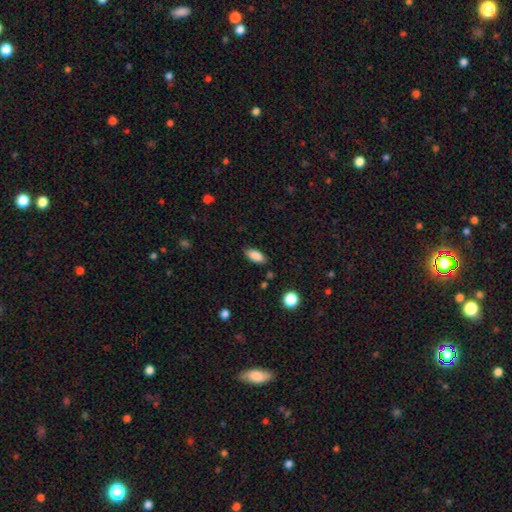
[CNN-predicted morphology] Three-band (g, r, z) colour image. It shows a smooth galaxy with no disk features (87%) that is in between round and cigar-shaped (88%). Merging: none (84%).